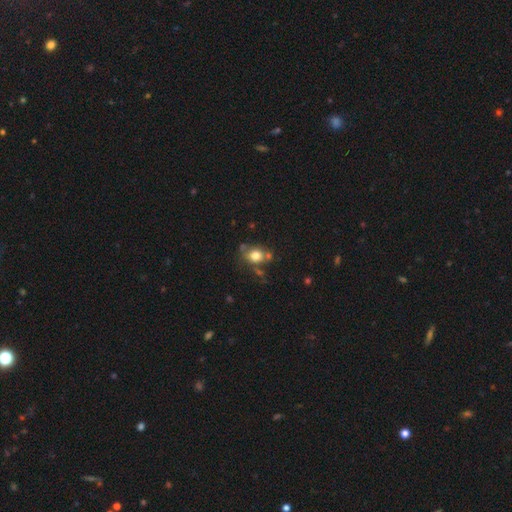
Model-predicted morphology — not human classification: Q: Smooth or featured?
A: smooth (75%); runner-up: featured or disk (14%)
Q: How rounded?
A: round (59%); runner-up: in between (40%)
Q: Merging?
A: none (59%); runner-up: minor disturbance (18%)